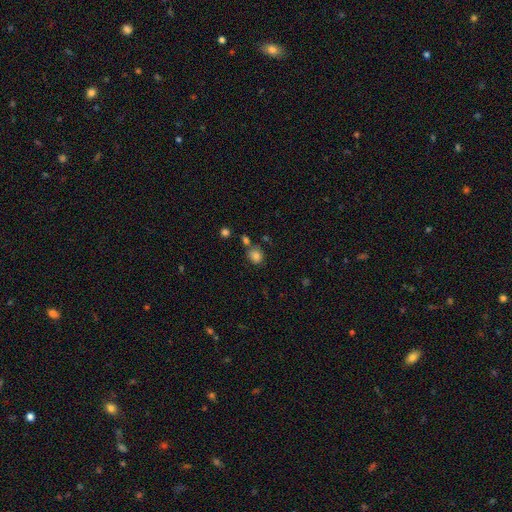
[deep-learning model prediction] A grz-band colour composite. It shows a smooth galaxy with no disk features (82%) that is round (68%). Merging: none (64%).